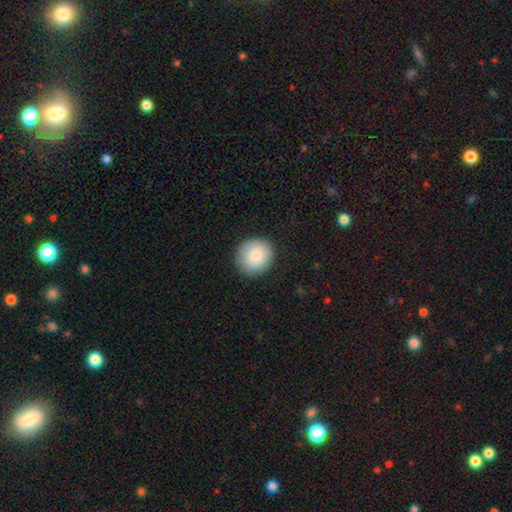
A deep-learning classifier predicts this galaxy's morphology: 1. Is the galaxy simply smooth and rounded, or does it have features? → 86% smooth, 7% star or artifact, 7% featured or disk.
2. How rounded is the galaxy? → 86% round, 13% in between, 1% cigar-shaped.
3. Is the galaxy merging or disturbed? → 88% none, 9% minor disturbance, 2% major disturbance, 1% merger.